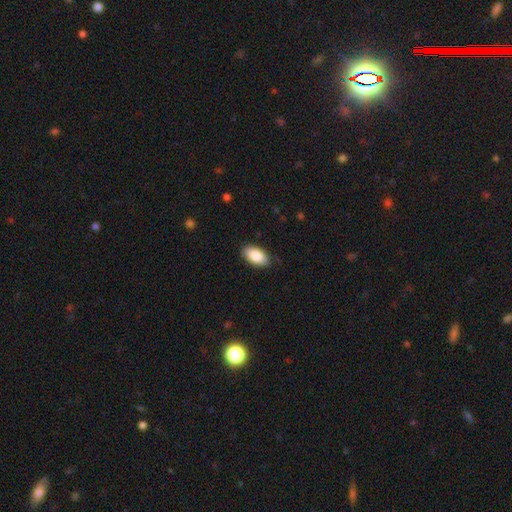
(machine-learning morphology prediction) type=smooth (88%); roundness=in between (95%); merging=none (84%).